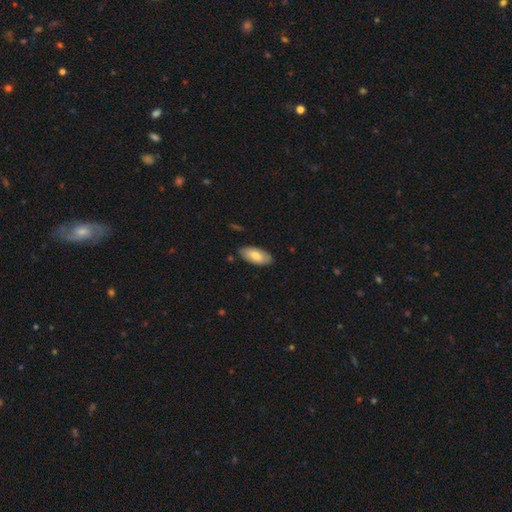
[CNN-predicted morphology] Overall: smooth (75%). How rounded: in between (92%). Merging: none (84%).